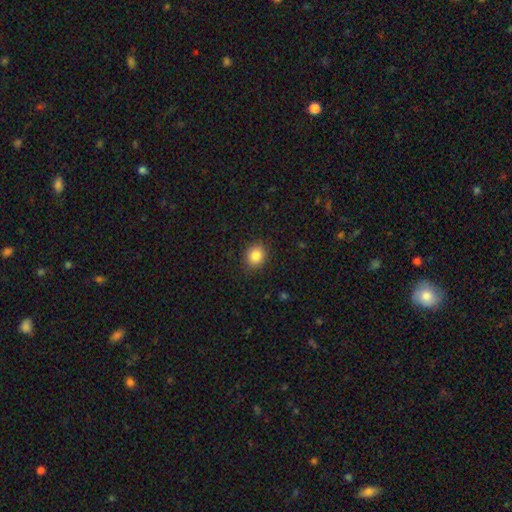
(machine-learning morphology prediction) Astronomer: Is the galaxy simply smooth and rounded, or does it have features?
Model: smooth — 85%.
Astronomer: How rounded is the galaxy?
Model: round — 68%.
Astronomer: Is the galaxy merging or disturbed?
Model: none — 88%.